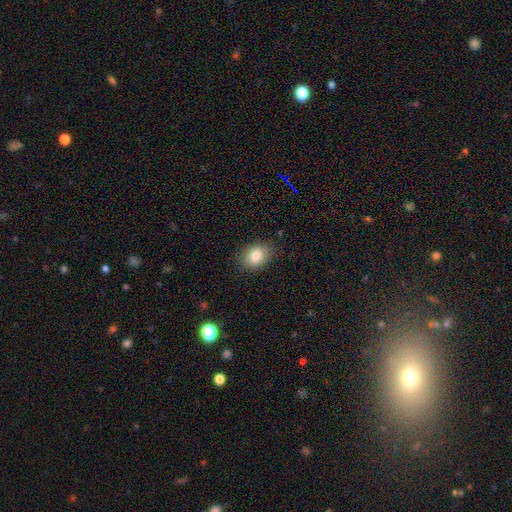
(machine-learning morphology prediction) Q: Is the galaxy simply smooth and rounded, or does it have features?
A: smooth — 82%.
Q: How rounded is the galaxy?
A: in between — 73%.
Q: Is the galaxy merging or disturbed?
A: none — 82%.